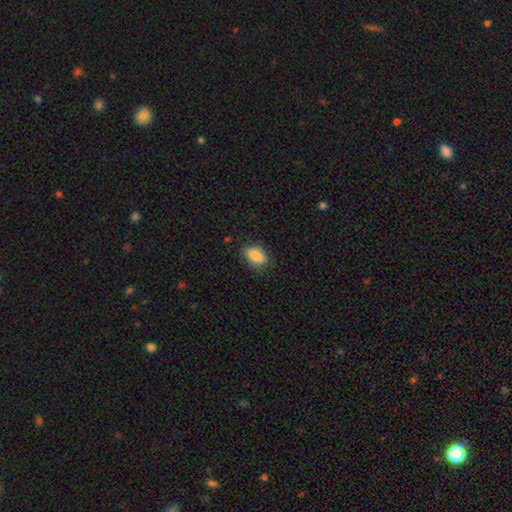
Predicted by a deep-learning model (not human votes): Smooth or featured? Predicted: smooth (p=0.88). How rounded? Predicted: in between (p=0.88). Merging? Predicted: none (p=0.77).